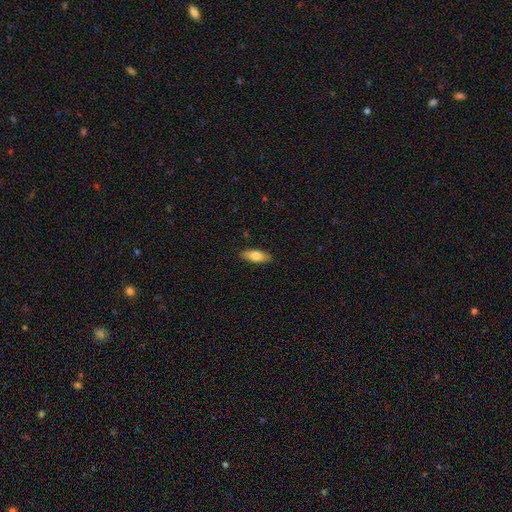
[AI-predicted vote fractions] This is likely a smooth galaxy (73%). How rounded: likely in between (72%). Merging: clearly none (87%).